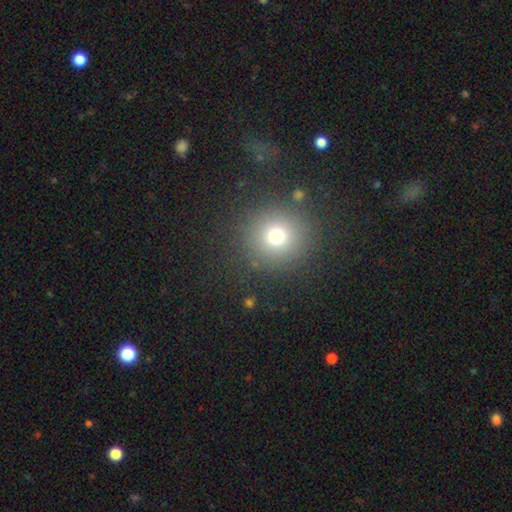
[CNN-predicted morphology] This is likely a smooth galaxy (67%). How rounded: clearly round (93%). Merging: clearly none (89%).